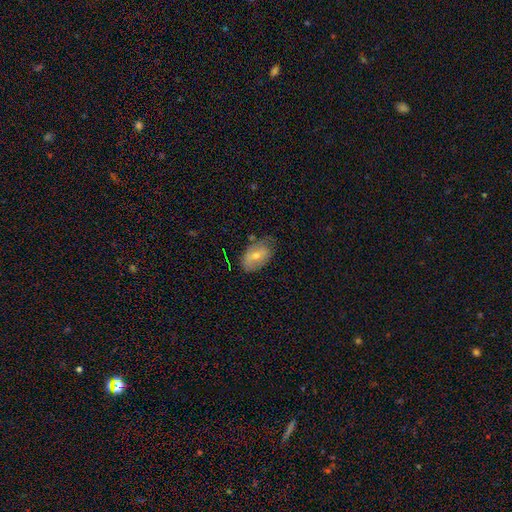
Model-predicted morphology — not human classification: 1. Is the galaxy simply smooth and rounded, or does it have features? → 63% smooth, 29% featured or disk, 7% star or artifact.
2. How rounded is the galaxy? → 90% in between, 9% round, 2% cigar-shaped.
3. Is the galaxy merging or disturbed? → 63% none, 28% minor disturbance, 7% major disturbance, 2% merger.